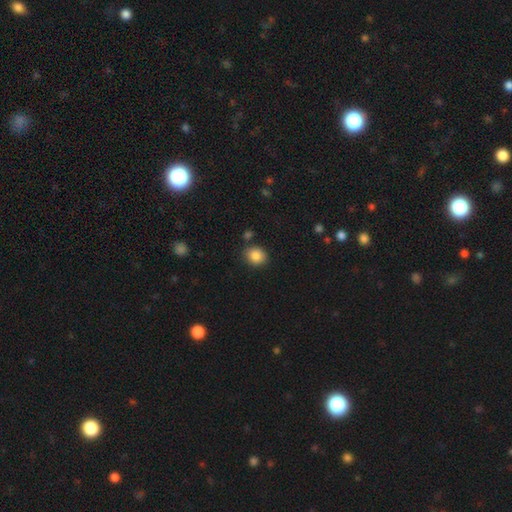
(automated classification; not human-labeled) The model was most divided on "how rounded": round: 61%, in between: 38%, cigar-shaped: 1%. More confident: smooth or featured — smooth (85%); merging — none (82%).